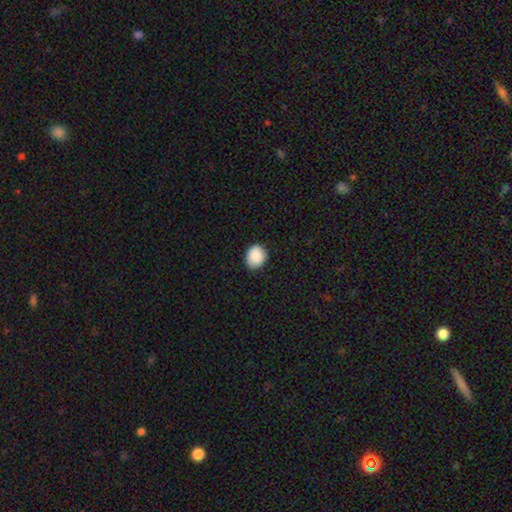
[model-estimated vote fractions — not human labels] Overall: smooth (89%). How rounded: round (62%; in between 38%). Merging: none (86%).